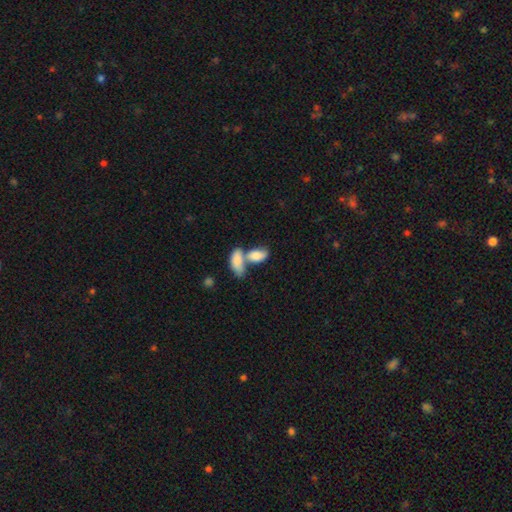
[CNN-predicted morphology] smooth 81%, featured or disk 13%, star or artifact 6%. Down the decision tree: how rounded — in between (91%); merging — merger (65%).